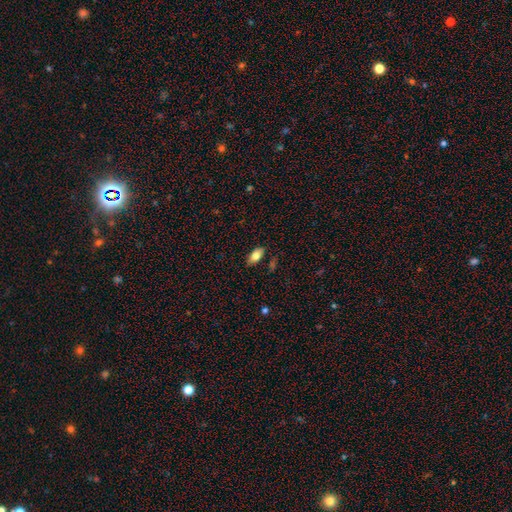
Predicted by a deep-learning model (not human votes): This is likely a smooth galaxy (77%). How rounded: clearly in between (89%). Merging: clearly none (85%).